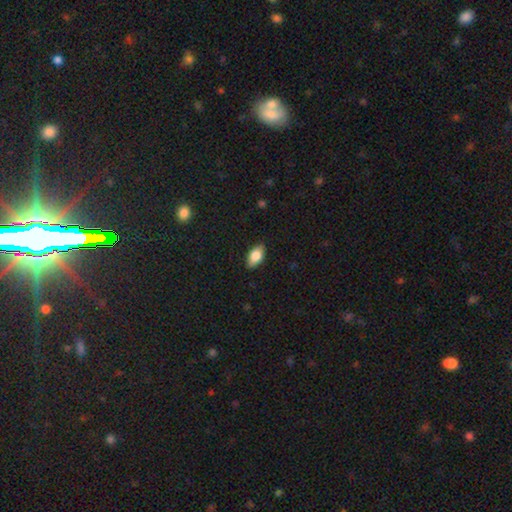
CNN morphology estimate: This appears to be a smooth galaxy with no disk features (82%) that is in between round and cigar-shaped (92%). Merging: none (87%).